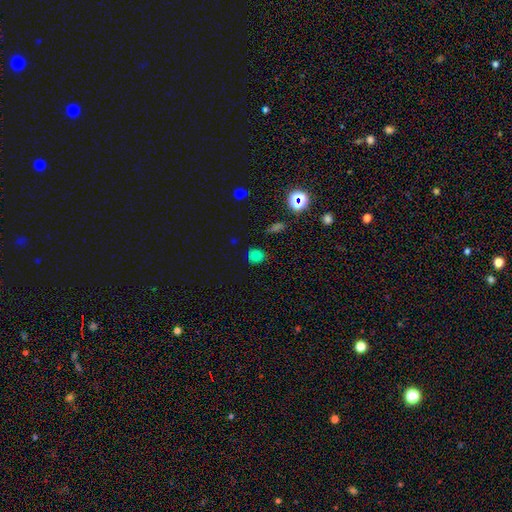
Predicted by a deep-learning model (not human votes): The model was most divided on "smooth or featured": smooth: 73%, star or artifact: 22%, featured or disk: 5%. More confident: how rounded — round (83%); merging — none (79%).